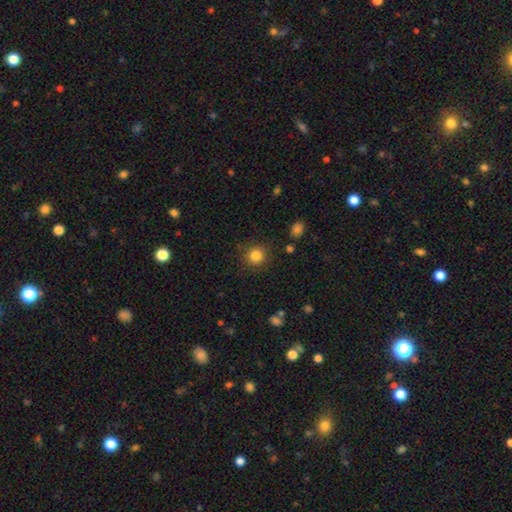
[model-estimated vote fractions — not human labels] Morphology: type=smooth (84%); roundness=round (91%); merging=none (86%).